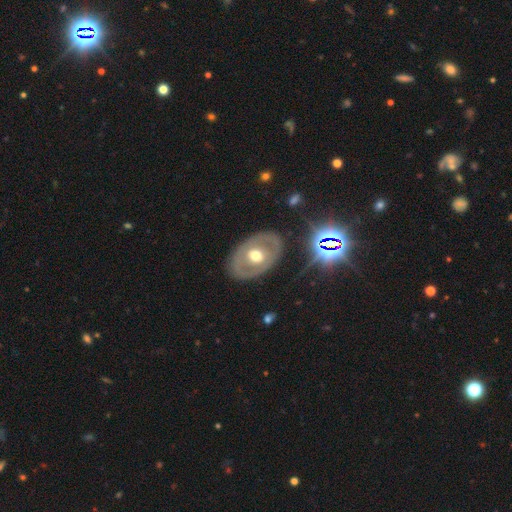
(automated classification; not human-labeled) Smooth or featured? featured or disk (60%)
Edge-on disk? no (91%)
Bar? no (80%)
Spiral arms? no (83%)
Bulge size? moderate (72%)
Merging? none (80%)